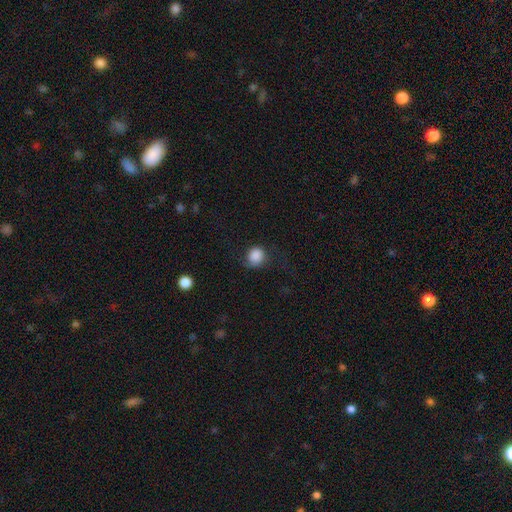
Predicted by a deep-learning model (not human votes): Smooth or featured? Predicted: smooth (p=0.86). How rounded? Predicted: round (p=0.81). Merging? Predicted: none (p=0.67).